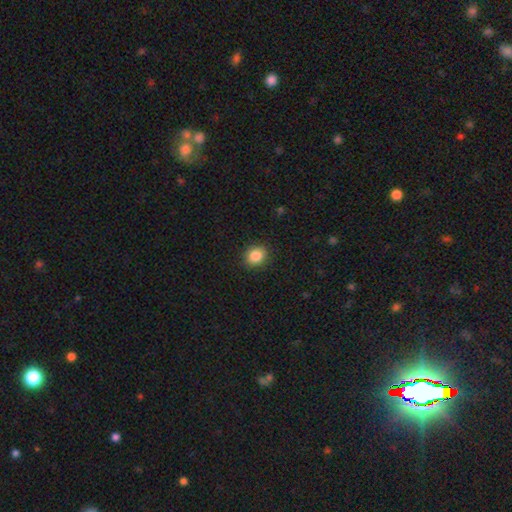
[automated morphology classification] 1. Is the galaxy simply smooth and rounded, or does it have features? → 86% smooth, 10% star or artifact, 5% featured or disk.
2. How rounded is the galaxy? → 67% round, 32% in between, 1% cigar-shaped.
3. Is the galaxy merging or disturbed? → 90% none, 7% minor disturbance, 2% major disturbance, 1% merger.